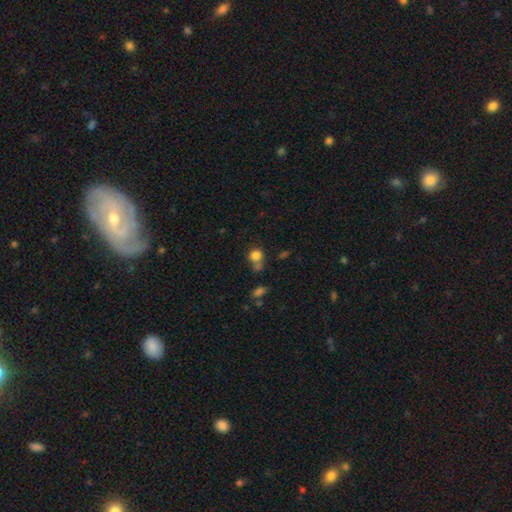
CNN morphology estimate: Overall: smooth (81%). How rounded: round (71%). Merging: none (50%; merger 26%).